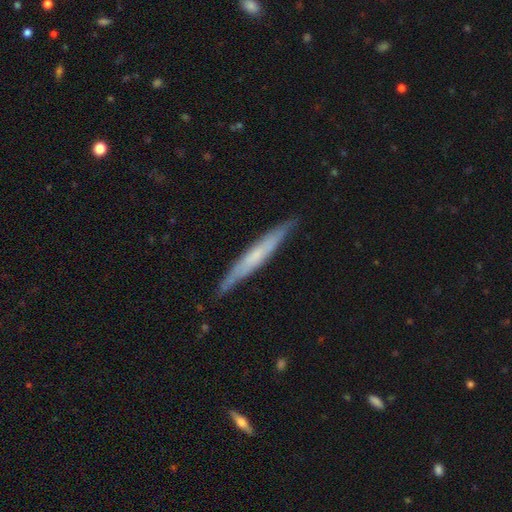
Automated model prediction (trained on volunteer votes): Smooth or featured? featured or disk (54%)
Edge-on disk? yes (90%)
Merging? none (85%)